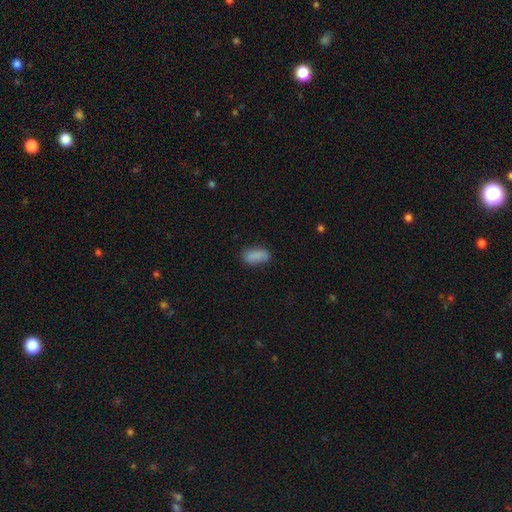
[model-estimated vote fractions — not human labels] Smooth or featured? Predicted: smooth (p=0.83). How rounded? Predicted: in between (p=0.87). Merging? Predicted: none (p=0.65).